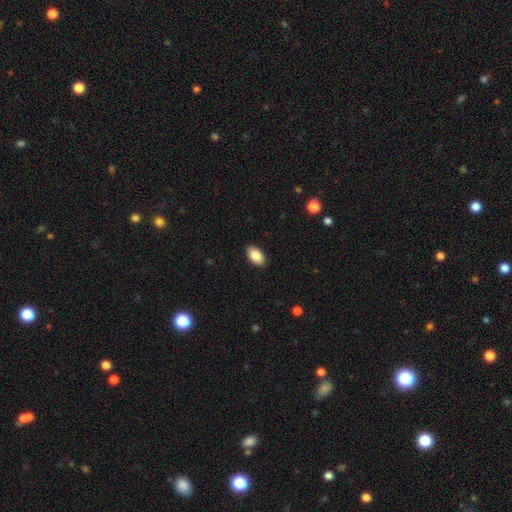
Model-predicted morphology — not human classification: Smooth or featured: smooth — 87% (star or artifact — 7%)
How rounded: in between — 94% (round — 5%)
Merging: none — 90% (minor disturbance — 7%)